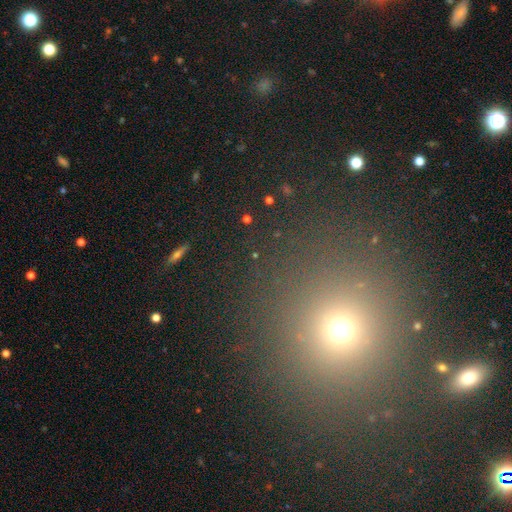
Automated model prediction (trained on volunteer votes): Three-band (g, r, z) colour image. It shows a star or artifact, not a galaxy (51%).